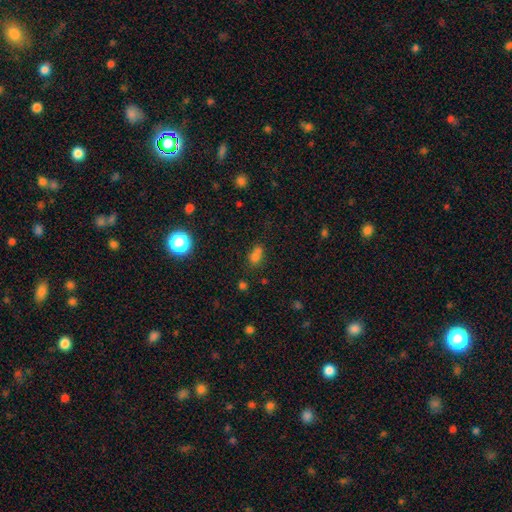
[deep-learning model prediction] A smooth galaxy with no disk features (68%) that is in between round and cigar-shaped (58%). Merging: none (46%).